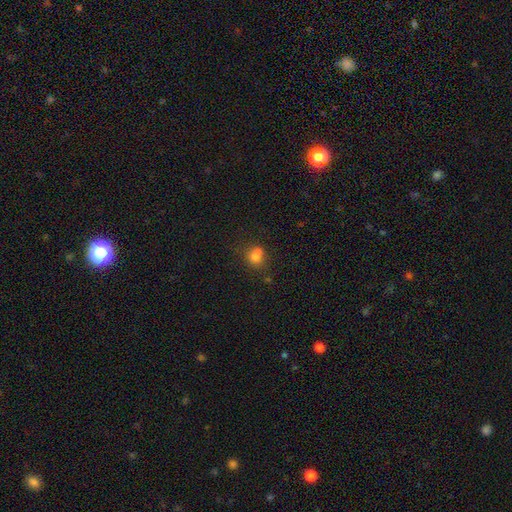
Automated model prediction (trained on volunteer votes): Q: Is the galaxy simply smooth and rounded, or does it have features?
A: smooth — 72%.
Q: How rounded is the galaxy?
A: round — 78%.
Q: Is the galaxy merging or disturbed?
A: merger — 48%.